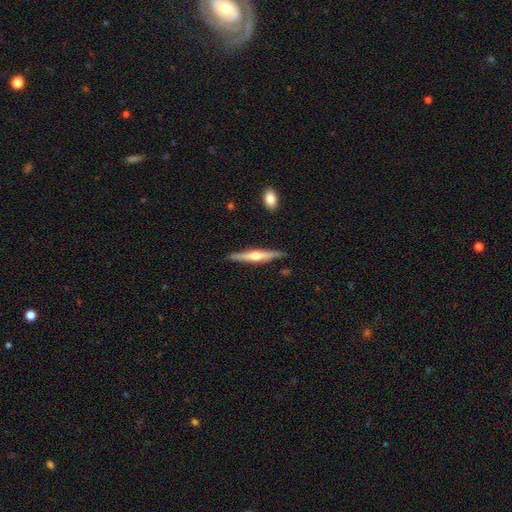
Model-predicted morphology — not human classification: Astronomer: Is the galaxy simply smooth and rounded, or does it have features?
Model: featured or disk — 65%.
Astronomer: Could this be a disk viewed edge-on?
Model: yes — 97%.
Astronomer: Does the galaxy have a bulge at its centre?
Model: rounded — 88%.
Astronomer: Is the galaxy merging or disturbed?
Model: none — 88%.